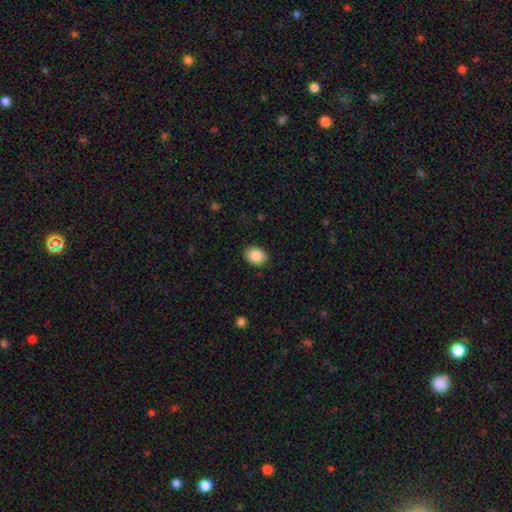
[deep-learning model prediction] smooth_or_featured: smooth (p=0.88) [alt: star or artifact p=0.07]
how_rounded: in between (p=0.64) [alt: round p=0.35]
merging: none (p=0.89) [alt: minor disturbance p=0.08]